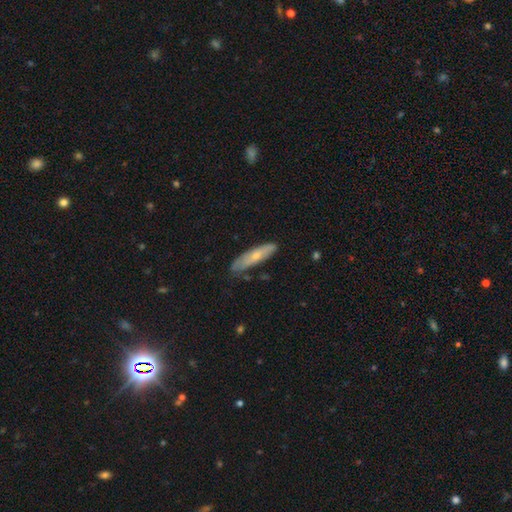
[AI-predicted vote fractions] A smooth galaxy with no disk features (56%) that is cigar-shaped (73%).

Vote fractions:
- Smooth or featured? smooth: 56% / featured or disk: 37% / star or artifact: 6%
- How rounded? cigar-shaped: 73% / in between: 25% / round: 2%
- Merging? none: 69% / minor disturbance: 24% / major disturbance: 5% / merger: 2%